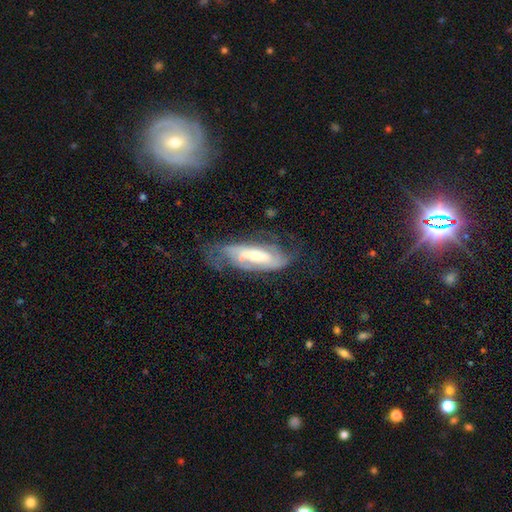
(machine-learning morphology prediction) Smooth or featured? featured or disk (71%)
Edge-on disk? no (85%)
Bar? no (51%)
Spiral arms? yes (81%)
Bulge size? moderate (47%)
Merging? none (48%)